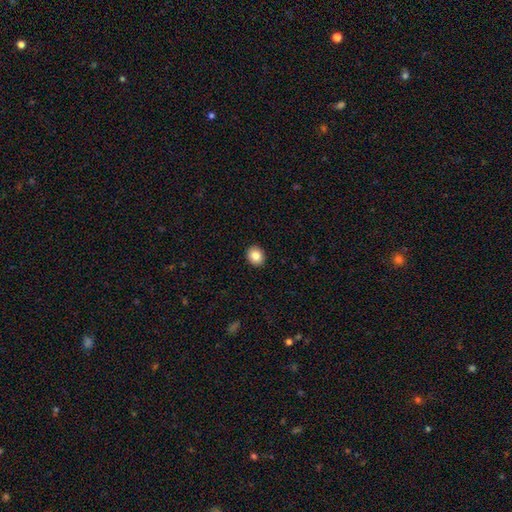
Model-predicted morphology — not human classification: Smooth or featured? smooth (85%)
How rounded? round (74%)
Merging? none (92%)